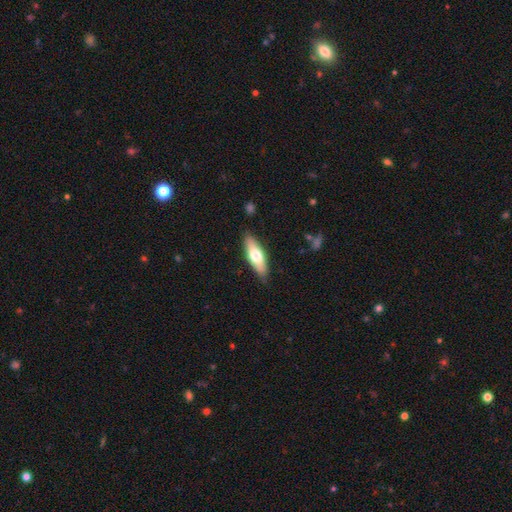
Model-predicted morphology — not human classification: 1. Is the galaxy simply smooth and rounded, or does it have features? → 61% smooth, 33% featured or disk, 5% star or artifact.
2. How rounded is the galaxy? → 59% in between, 39% cigar-shaped, 2% round.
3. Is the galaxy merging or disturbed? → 85% none, 11% minor disturbance, 2% major disturbance, 1% merger.